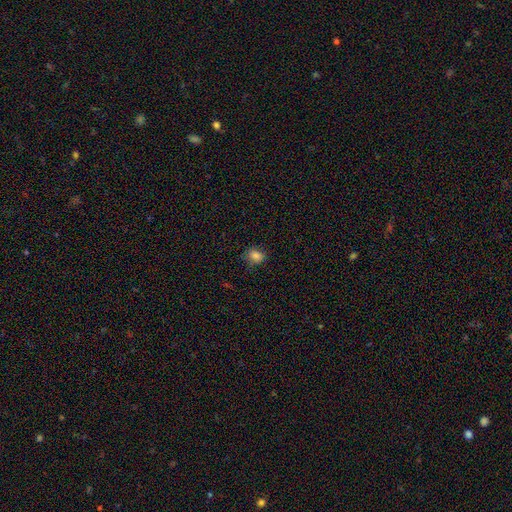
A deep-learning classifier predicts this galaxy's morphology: Smooth or featured?
  - smooth: 82% *
  - star or artifact: 13%
  - featured or disk: 5%
How rounded?
  - in between: 51% *
  - round: 48%
  - cigar-shaped: 1%
Merging?
  - none: 73% *
  - minor disturbance: 21%
  - major disturbance: 5%
  - merger: 1%